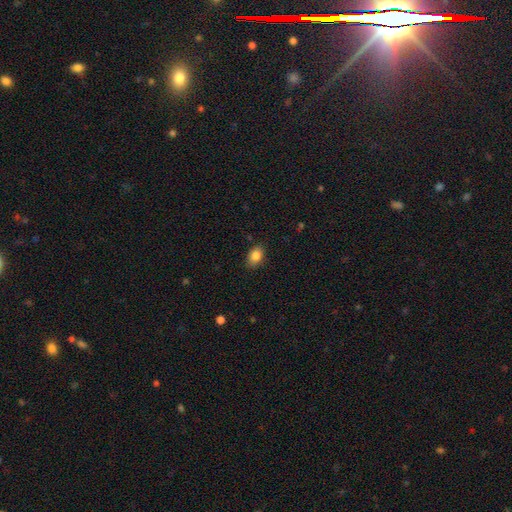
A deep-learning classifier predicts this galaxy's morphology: Smooth or featured? Predicted: smooth (p=0.85). How rounded? Predicted: in between (p=0.83). Merging? Predicted: none (p=0.85).